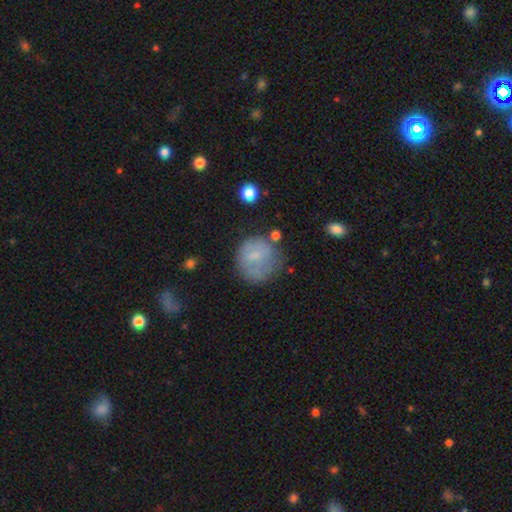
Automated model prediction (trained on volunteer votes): This is likely a smooth galaxy (63%). How rounded: clearly round (83%). Merging: possibly none (54%).